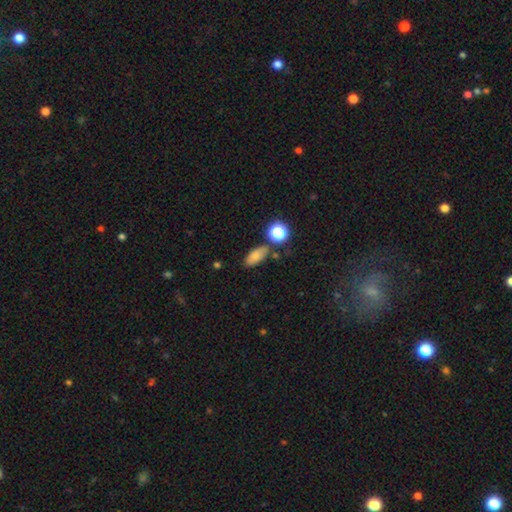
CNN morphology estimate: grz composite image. It shows a smooth galaxy with no disk features (76%) that is in between round and cigar-shaped (81%). Merging: none (75%).